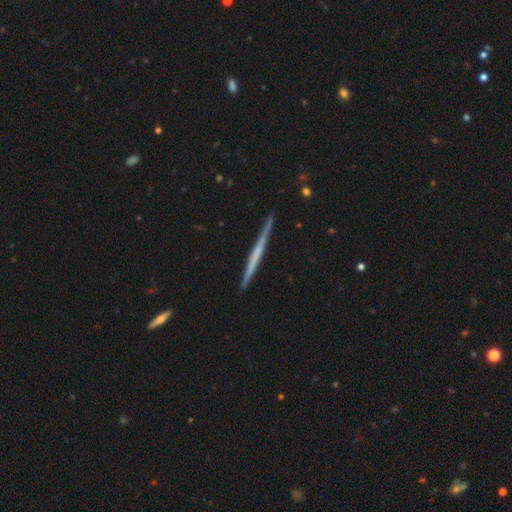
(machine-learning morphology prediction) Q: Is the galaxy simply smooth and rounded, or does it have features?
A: featured or disk — 63%.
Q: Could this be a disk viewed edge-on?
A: yes — 98%.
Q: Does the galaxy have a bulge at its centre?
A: none — 82%.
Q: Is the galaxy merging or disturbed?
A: none — 89%.